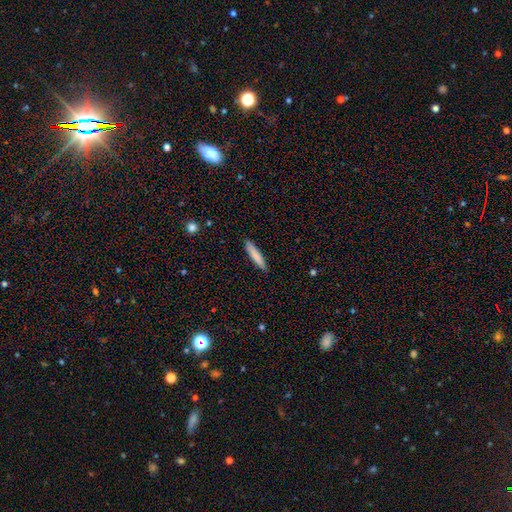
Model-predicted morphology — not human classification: This appears to be a smooth galaxy with no disk features (81%) that is cigar-shaped (90%). Merging: none (89%).